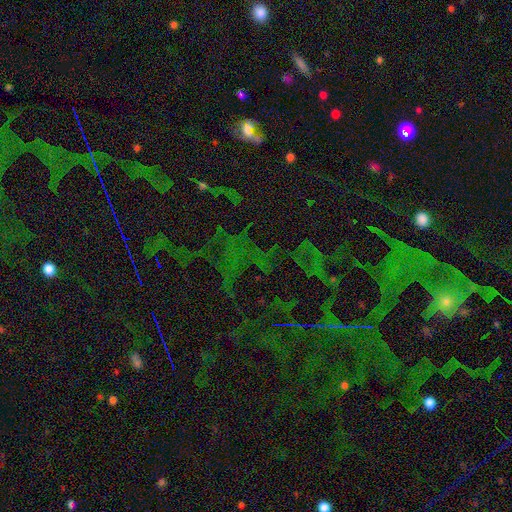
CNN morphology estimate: smooth-or-featured: star or artifact: 75% | smooth: 15% | featured or disk: 10%